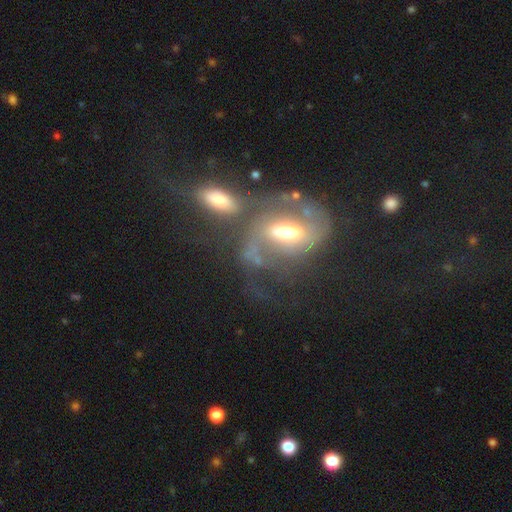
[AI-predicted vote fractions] Q: Smooth or featured?
A: featured or disk (71%); runner-up: smooth (20%)
Q: Edge-on disk?
A: no (93%); runner-up: yes (7%)
Q: Bar?
A: weak (44%); runner-up: strong (30%)
Q: Spiral arms?
A: yes (80%); runner-up: no (20%)
Q: Spiral winding?
A: medium (42%); runner-up: loose (36%)
Q: Spiral arm count?
A: 2 (67%); runner-up: can't tell (17%)
Q: Bulge size?
A: moderate (61%); runner-up: small (21%)
Q: Merging?
A: merger (35%); runner-up: none (28%)